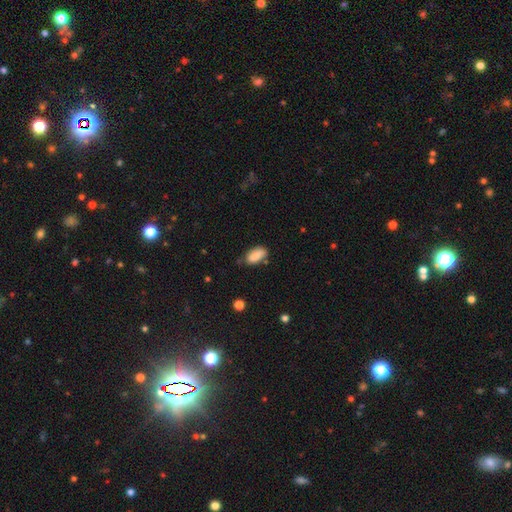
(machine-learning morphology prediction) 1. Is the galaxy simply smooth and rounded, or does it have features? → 87% smooth, 8% star or artifact, 5% featured or disk.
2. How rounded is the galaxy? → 91% in between, 6% cigar-shaped, 3% round.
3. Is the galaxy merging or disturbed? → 70% none, 22% minor disturbance, 4% merger, 4% major disturbance.